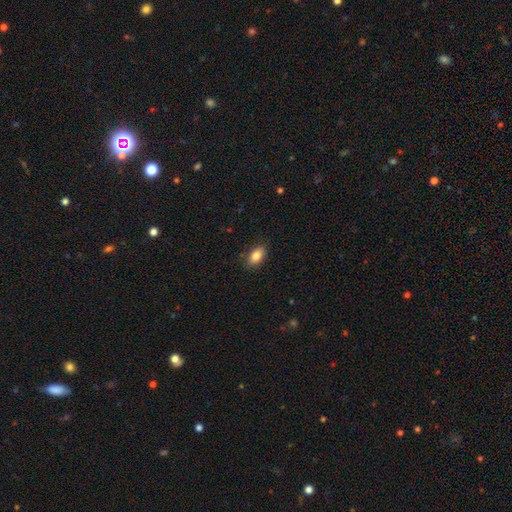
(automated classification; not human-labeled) Smooth or featured?
  - smooth: 84% *
  - featured or disk: 9%
  - star or artifact: 8%
How rounded?
  - in between: 90% *
  - round: 7%
  - cigar-shaped: 3%
Merging?
  - none: 86% *
  - minor disturbance: 11%
  - major disturbance: 2%
  - merger: 1%